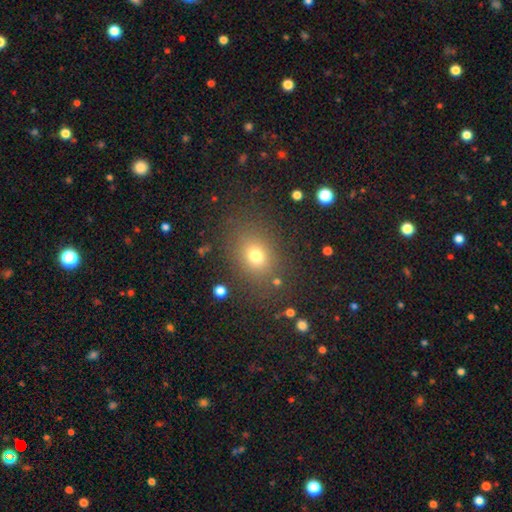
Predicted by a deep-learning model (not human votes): Morphology: type=smooth (72%); roundness=in between (51%); merging=none (81%).